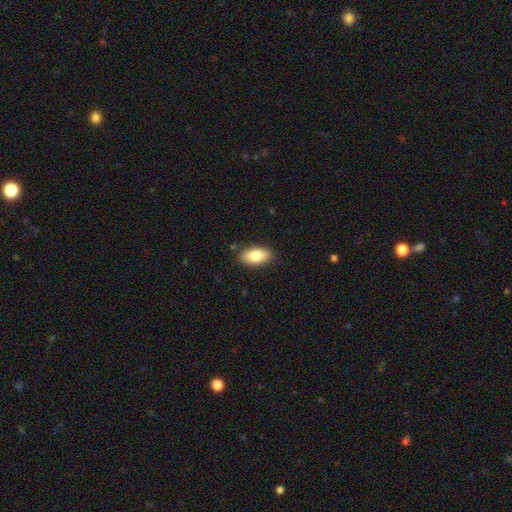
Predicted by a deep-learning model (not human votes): This appears to be a smooth galaxy with no disk features (81%) that is in between round and cigar-shaped (91%). Merging: none (85%).